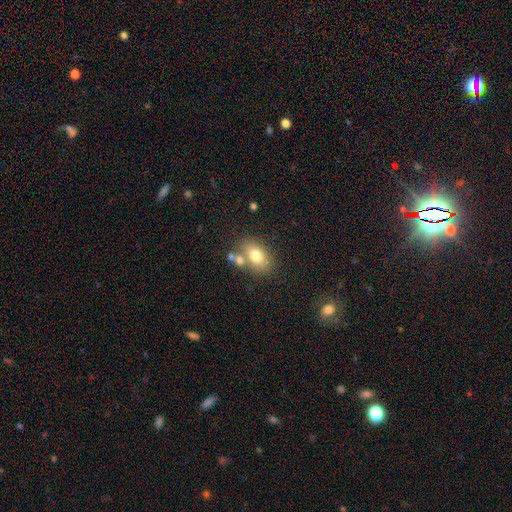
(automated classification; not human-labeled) This appears to be a smooth galaxy with no disk features (74%) that is in between round and cigar-shaped (82%). Merging: none (65%).